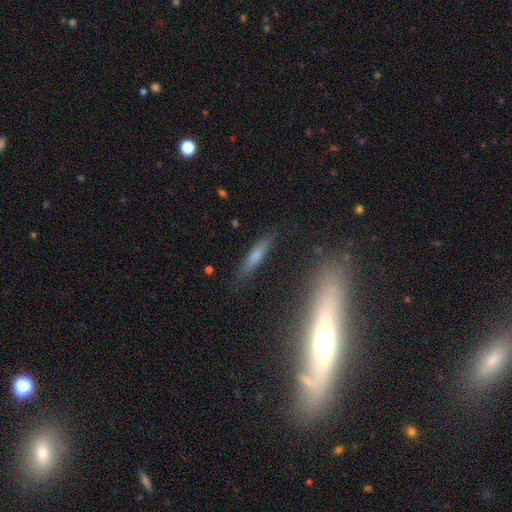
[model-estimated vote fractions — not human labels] This is likely a smooth galaxy (66%). How rounded: clearly cigar-shaped (84%). Merging: clearly none (83%).